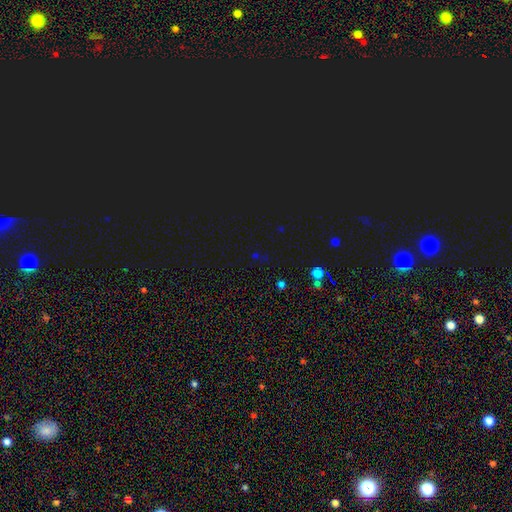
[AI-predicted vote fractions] The model was most divided on "smooth or featured": star or artifact: 66%, smooth: 28%, featured or disk: 7%.